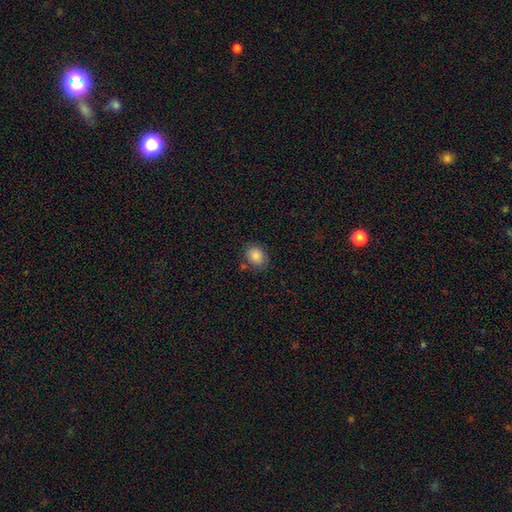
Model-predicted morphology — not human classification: This appears to be a smooth galaxy with no disk features (86%) that is in between round and cigar-shaped (56%). Merging: none (76%).